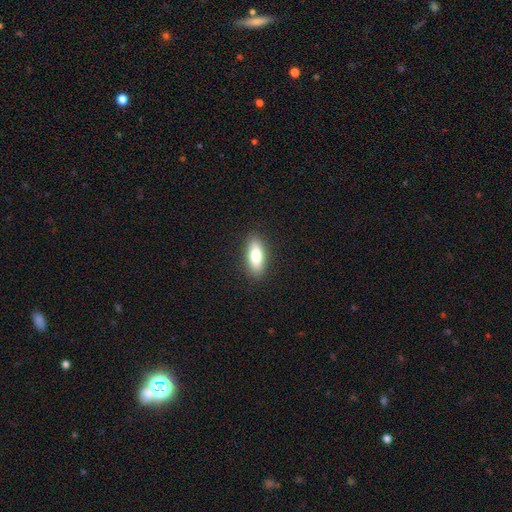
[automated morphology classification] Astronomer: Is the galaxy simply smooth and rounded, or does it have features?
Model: smooth — 77%.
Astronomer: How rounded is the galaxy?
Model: in between — 68%.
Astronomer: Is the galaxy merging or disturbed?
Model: none — 88%.